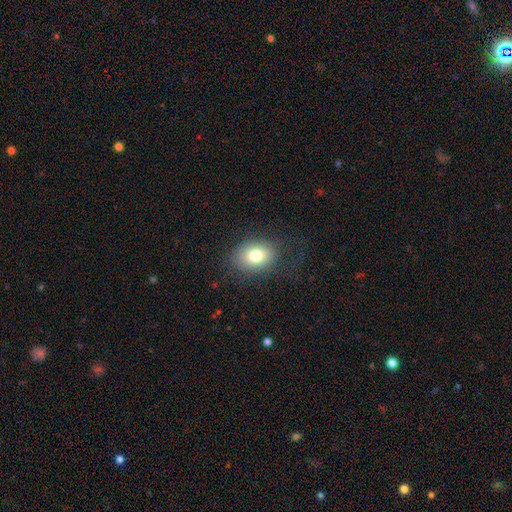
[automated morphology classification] smooth-or-featured: smooth: 77% | featured or disk: 13% | star or artifact: 11%
  how-rounded: in between: 67% | round: 32% | cigar-shaped: 1%
  merging: none: 75% | minor disturbance: 15% | major disturbance: 9% | merger: 1%